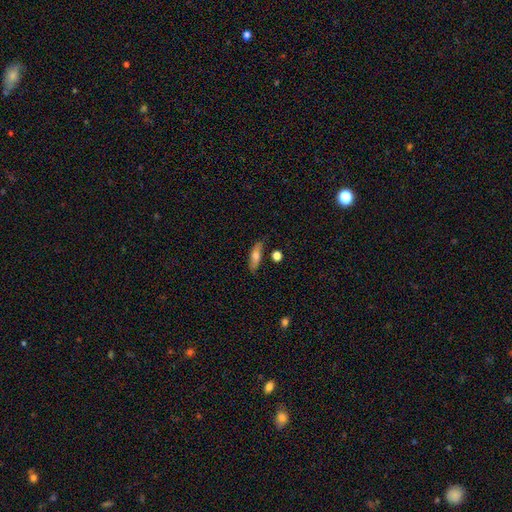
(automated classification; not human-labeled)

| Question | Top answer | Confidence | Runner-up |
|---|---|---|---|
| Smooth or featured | smooth | 66% | featured or disk (26%) |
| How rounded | in between | 57% | cigar-shaped (39%) |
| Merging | none | 76% | minor disturbance (17%) |